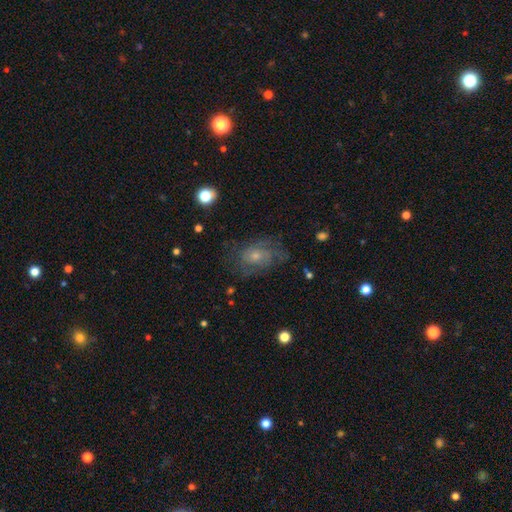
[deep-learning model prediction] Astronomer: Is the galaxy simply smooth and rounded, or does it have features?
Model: featured or disk — 61%.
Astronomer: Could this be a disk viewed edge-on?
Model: no — 96%.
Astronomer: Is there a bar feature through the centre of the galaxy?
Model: no — 77%.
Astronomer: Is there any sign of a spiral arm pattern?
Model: yes — 81%.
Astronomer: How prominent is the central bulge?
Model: small — 55% (runner-up: moderate, 37%).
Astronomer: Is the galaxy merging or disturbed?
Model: none — 62%.